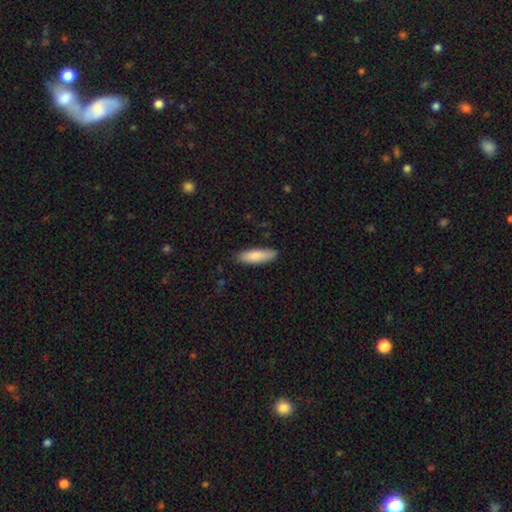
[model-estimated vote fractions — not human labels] The model was most divided on "how rounded": cigar-shaped: 58%, in between: 40%, round: 1%. More confident: merging — none (87%); smooth or featured — smooth (85%).